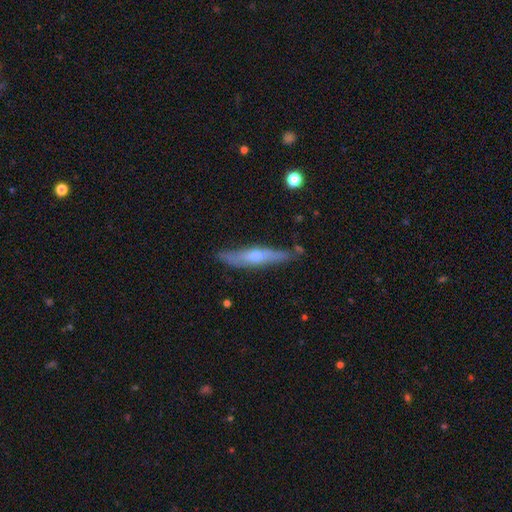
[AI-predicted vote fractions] Q: Smooth or featured?
A: featured or disk (61%); runner-up: smooth (33%)
Q: Edge-on disk?
A: yes (84%); runner-up: no (16%)
Q: Edge-on bulge?
A: rounded (84%); runner-up: none (14%)
Q: Merging?
A: none (80%); runner-up: minor disturbance (15%)